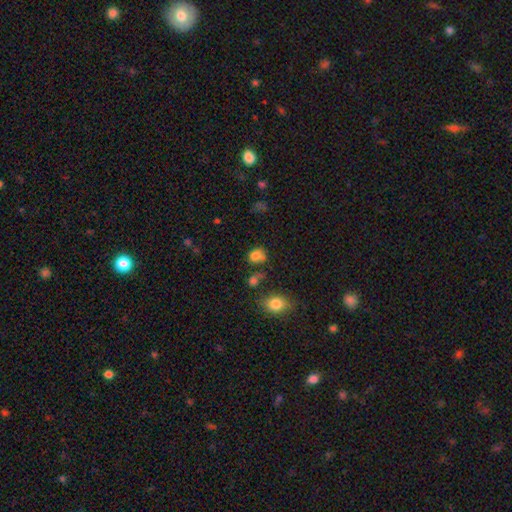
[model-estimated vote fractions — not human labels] smooth 79%, star or artifact 13%, featured or disk 9%. Down the decision tree: how rounded — round (53%); merging — none (50%).